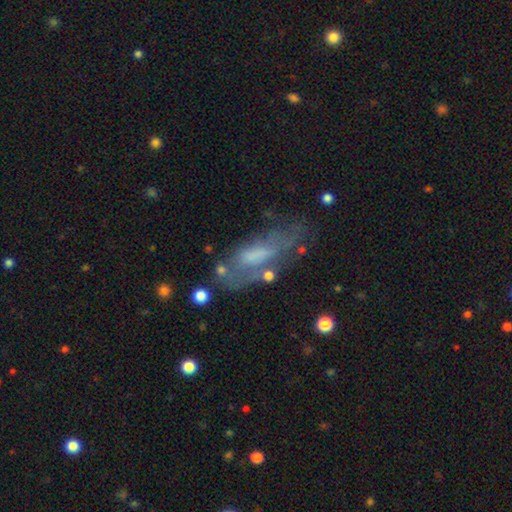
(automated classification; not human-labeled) Smooth or featured: featured or disk — 48% (smooth — 42%)
Merging: none — 49% (minor disturbance — 26%)